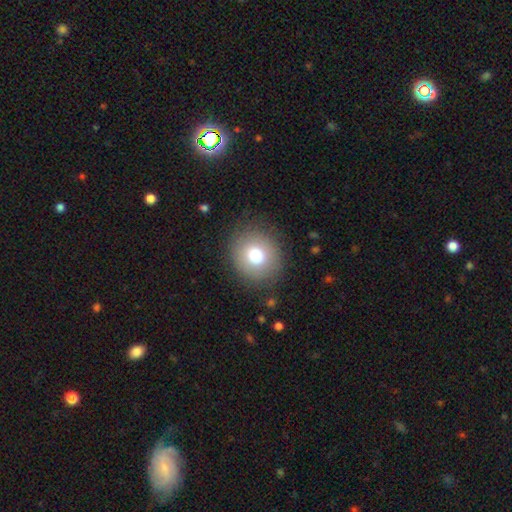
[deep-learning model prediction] Smooth or featured? Predicted: smooth (p=0.77). How rounded? Predicted: round (p=0.82). Merging? Predicted: none (p=0.85).